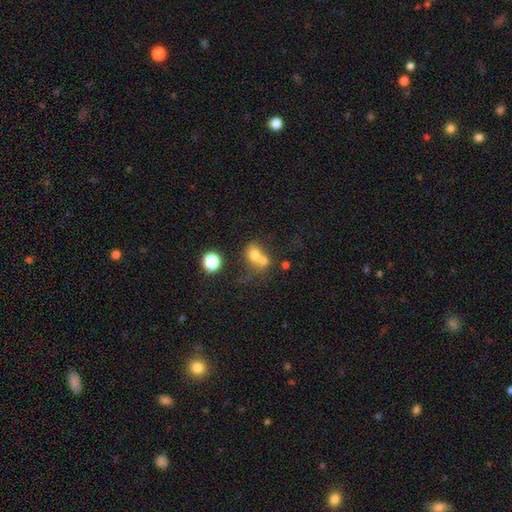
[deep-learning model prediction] Smooth or featured? smooth (69%)
How rounded? round (66%)
Merging? merger (61%)